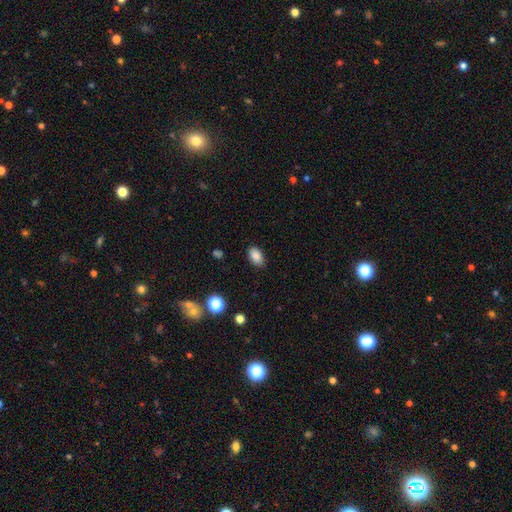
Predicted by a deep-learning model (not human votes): Q: Smooth or featured?
A: smooth (86%); runner-up: star or artifact (9%)
Q: How rounded?
A: in between (90%); runner-up: round (8%)
Q: Merging?
A: none (85%); runner-up: minor disturbance (11%)